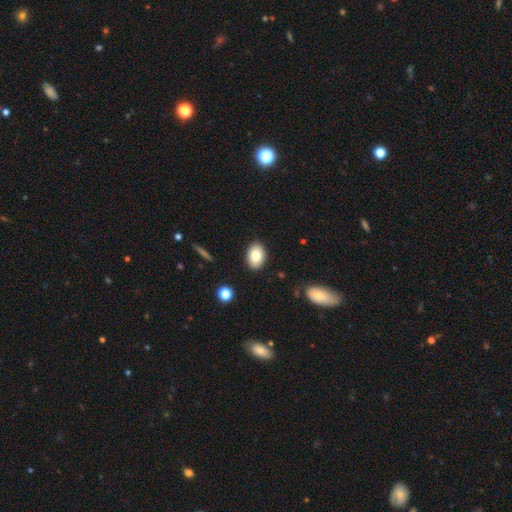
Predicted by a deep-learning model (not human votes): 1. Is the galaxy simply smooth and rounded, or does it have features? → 81% smooth, 11% featured or disk, 8% star or artifact.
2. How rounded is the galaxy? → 86% in between, 13% round, 1% cigar-shaped.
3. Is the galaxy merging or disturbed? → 88% none, 9% minor disturbance, 2% major disturbance, 1% merger.